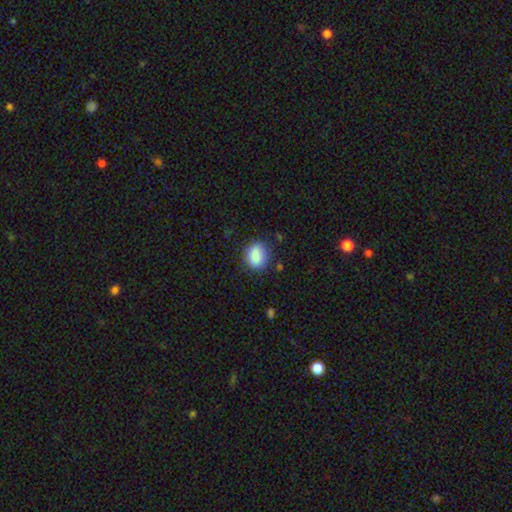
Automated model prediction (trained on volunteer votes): Smooth or featured? smooth (87%)
How rounded? in between (62%)
Merging? none (79%)